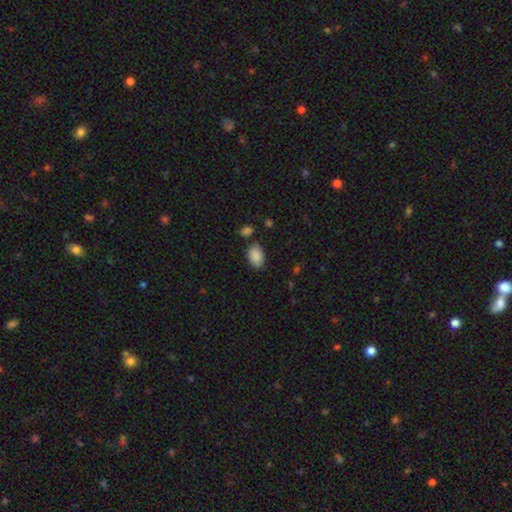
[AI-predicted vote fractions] This is clearly a smooth galaxy (89%). How rounded: clearly in between (90%). Merging: likely none (75%).